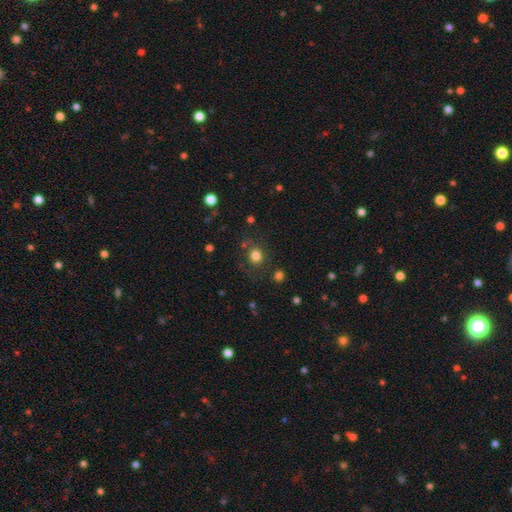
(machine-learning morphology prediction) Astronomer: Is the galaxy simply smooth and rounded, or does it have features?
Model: smooth — 79%.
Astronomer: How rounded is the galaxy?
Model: round — 81%.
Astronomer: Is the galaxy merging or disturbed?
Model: none — 77%.